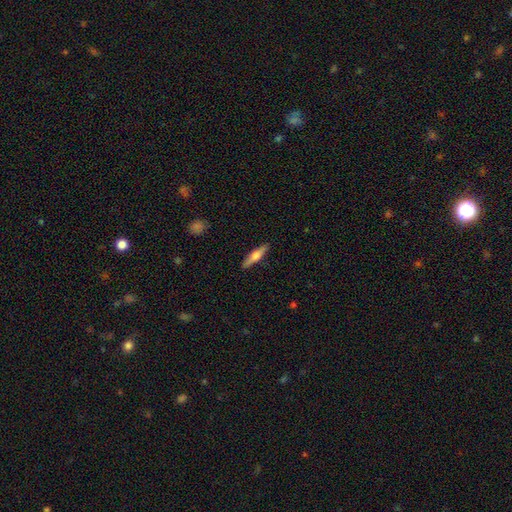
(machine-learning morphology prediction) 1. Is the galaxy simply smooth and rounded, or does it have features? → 47% featured or disk (tied), 47% smooth (tied), 6% star or artifact.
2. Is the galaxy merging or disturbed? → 90% none, 7% minor disturbance, 2% major disturbance, 1% merger.